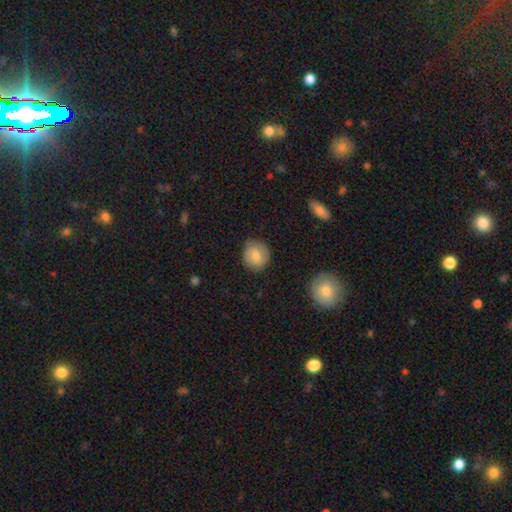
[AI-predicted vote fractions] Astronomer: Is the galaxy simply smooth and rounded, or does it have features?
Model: smooth — 78%.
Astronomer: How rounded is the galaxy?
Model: round — 80%.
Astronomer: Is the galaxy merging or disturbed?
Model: none — 78%.